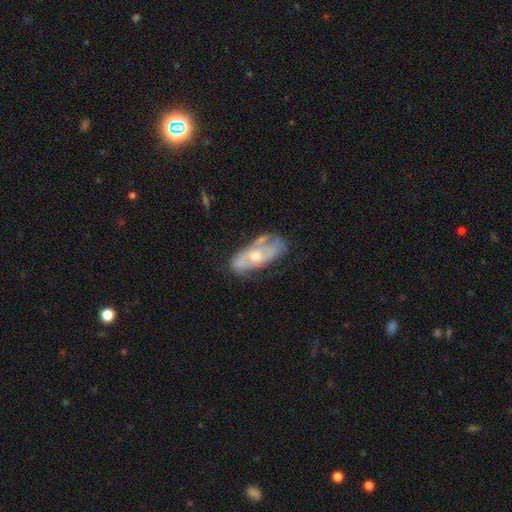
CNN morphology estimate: Smooth or featured: featured or disk — 60% (smooth — 33%)
Edge-on disk: no — 86% (yes — 14%)
Bar: no — 78% (weak — 18%)
Spiral arms: no — 55% (yes — 45%)
Bulge size: moderate — 57% (small — 33%)
Merging: none — 52% (minor disturbance — 28%)